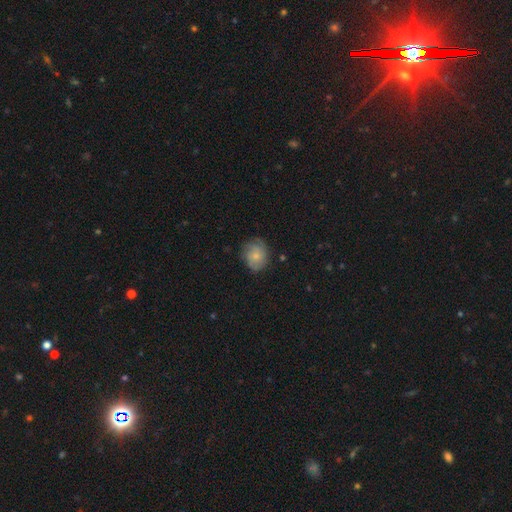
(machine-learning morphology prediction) Q: Smooth or featured?
A: smooth (61%); runner-up: featured or disk (31%)
Q: How rounded?
A: round (67%); runner-up: in between (32%)
Q: Merging?
A: none (69%); runner-up: minor disturbance (23%)